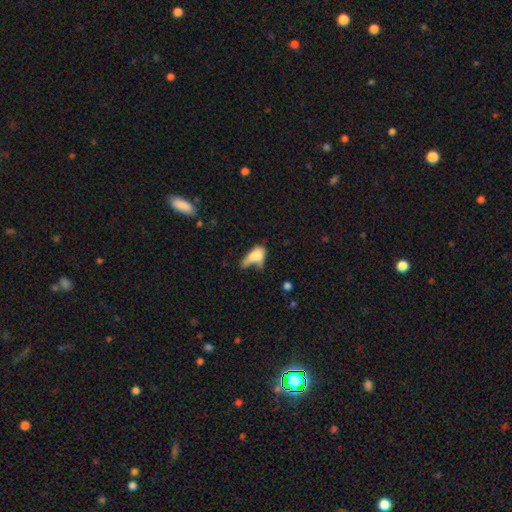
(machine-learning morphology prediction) smooth-or-featured: smooth: 65% | featured or disk: 24% | star or artifact: 11%
  how-rounded: in between: 78% | cigar-shaped: 14% | round: 7%
  merging: major disturbance: 35% | merger: 24% | minor disturbance: 21% | none: 20%